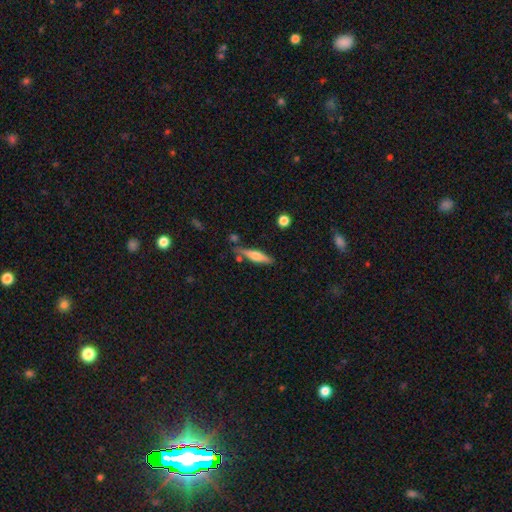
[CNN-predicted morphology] The model was most divided on "smooth or featured": smooth: 49%, featured or disk: 44%, star or artifact: 7%. More confident: merging — none (72%).